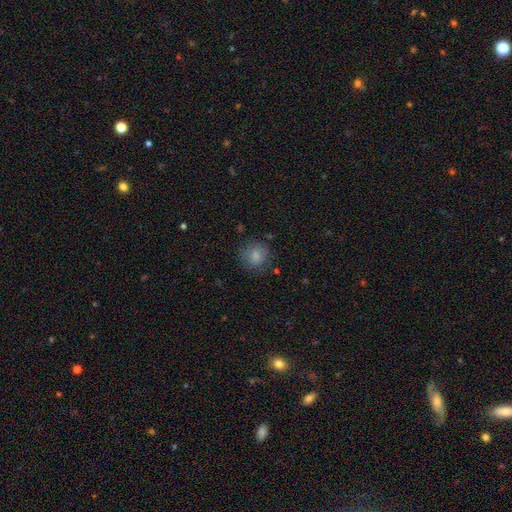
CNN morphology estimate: Smooth or featured? smooth (79%)
How rounded? round (82%)
Merging? none (75%)